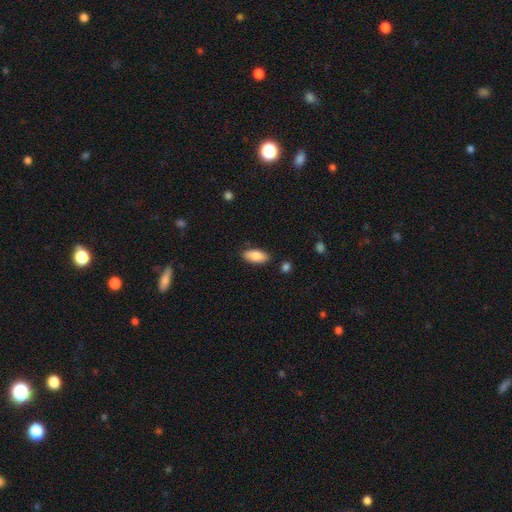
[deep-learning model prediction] Smooth or featured? Predicted: smooth (p=0.86). How rounded? Predicted: in between (p=0.87). Merging? Predicted: none (p=0.85).